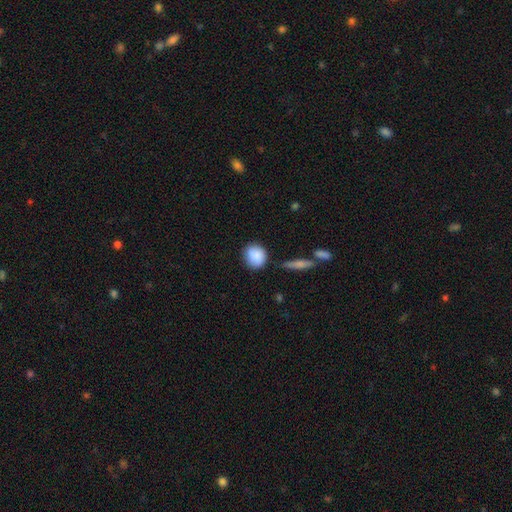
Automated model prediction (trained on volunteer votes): smooth 87%, star or artifact 7%, featured or disk 6%. Down the decision tree: how rounded — round (76%); merging — none (76%).